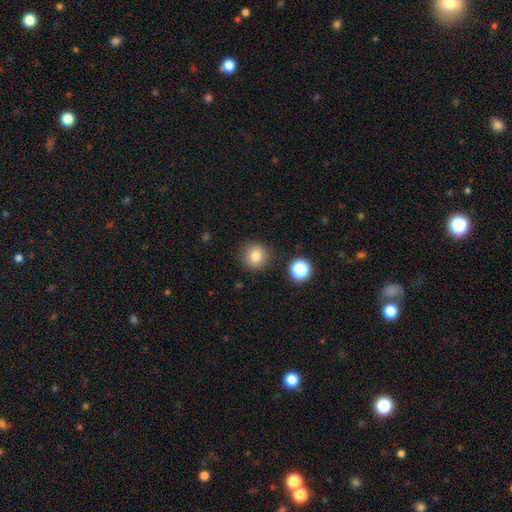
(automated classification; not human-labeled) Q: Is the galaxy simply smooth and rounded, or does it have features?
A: smooth — 80%.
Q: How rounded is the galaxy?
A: round — 92%.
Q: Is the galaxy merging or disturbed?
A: none — 87%.